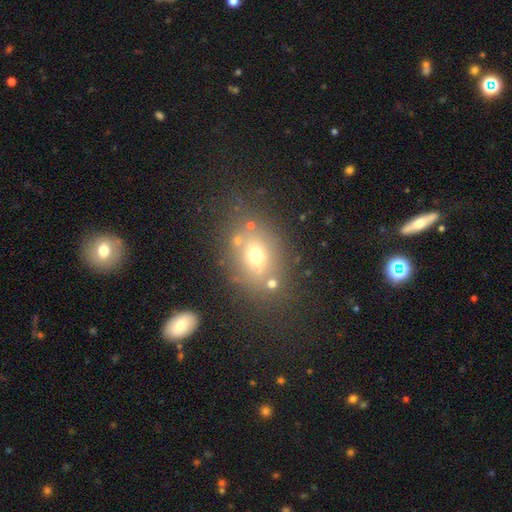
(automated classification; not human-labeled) Morphology: type=smooth (63%); roundness=in between (67%); merging=none (67%).